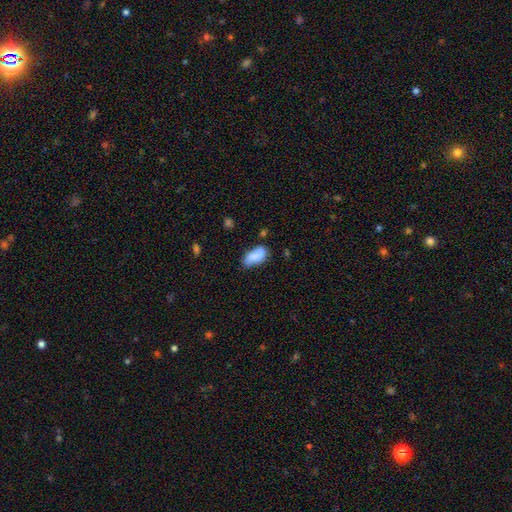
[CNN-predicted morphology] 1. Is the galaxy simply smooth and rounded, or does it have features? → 75% smooth, 17% featured or disk, 8% star or artifact.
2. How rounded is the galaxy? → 92% in between, 4% cigar-shaped, 4% round.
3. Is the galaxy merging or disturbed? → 56% none, 29% minor disturbance, 8% major disturbance, 6% merger.